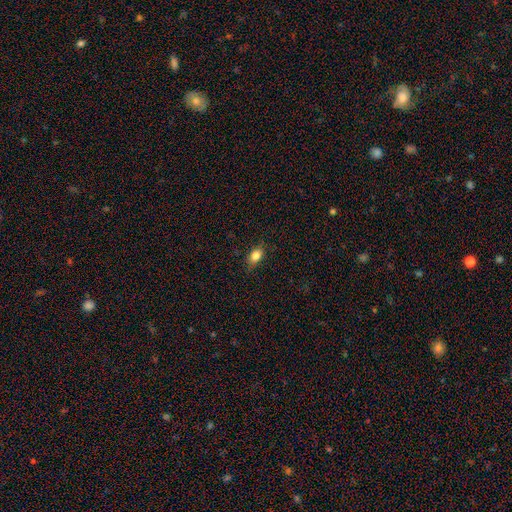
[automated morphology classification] Smooth or featured: smooth — 83% (star or artifact — 9%)
How rounded: in between — 79% (round — 17%)
Merging: none — 82% (minor disturbance — 14%)